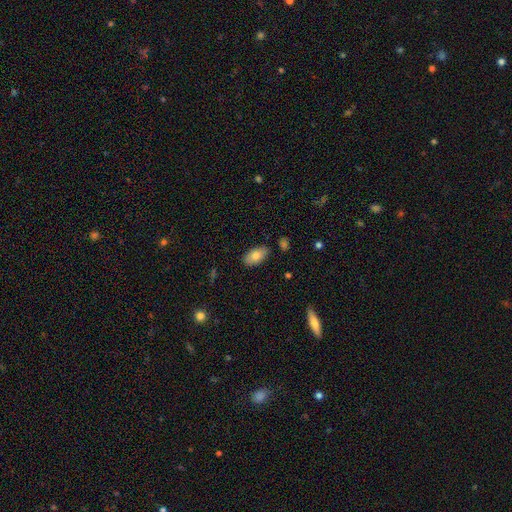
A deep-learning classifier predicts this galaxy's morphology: The model was most divided on "smooth or featured": smooth: 79%, featured or disk: 14%, star or artifact: 7%. More confident: how rounded — in between (93%); merging — none (84%).